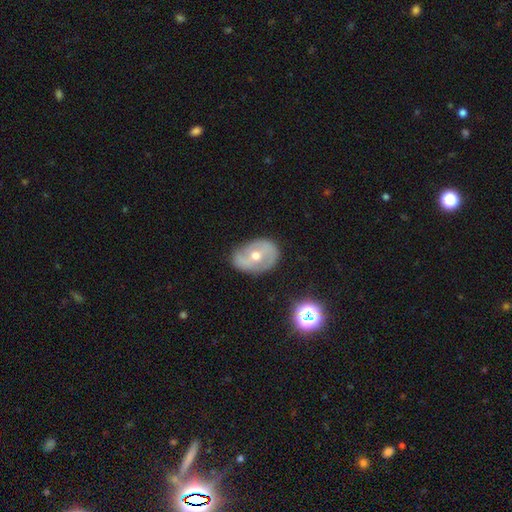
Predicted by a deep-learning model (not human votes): Morphology: type=featured or disk (66%); edge-on=no (94%); bar=no (49%); spiral arms=yes (69%); bulge=moderate (64%); merging=none (72%).